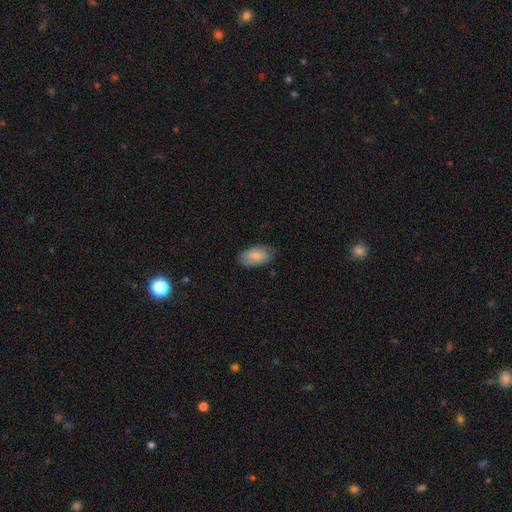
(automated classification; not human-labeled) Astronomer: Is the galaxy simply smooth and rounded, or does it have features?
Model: smooth — 79%.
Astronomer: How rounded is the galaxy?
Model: in between — 94%.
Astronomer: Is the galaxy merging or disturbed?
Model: none — 74%.